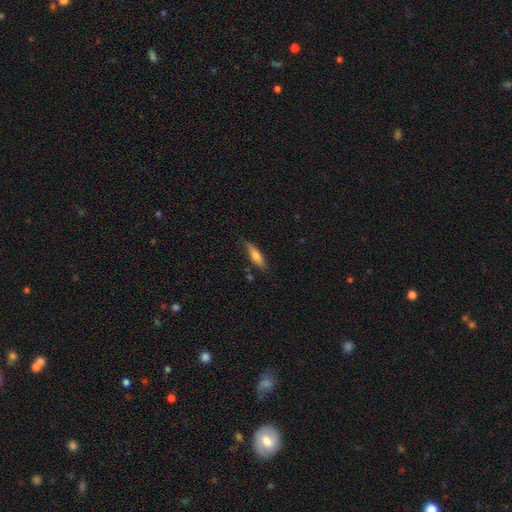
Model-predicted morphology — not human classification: Smooth or featured: smooth — 66% (featured or disk — 27%)
How rounded: cigar-shaped — 64% (in between — 34%)
Merging: none — 75% (minor disturbance — 19%)